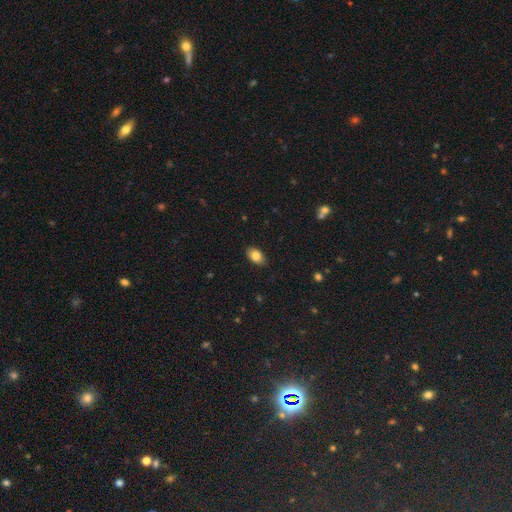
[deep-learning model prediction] Morphology: type=smooth (84%); roundness=in between (89%); merging=none (86%).